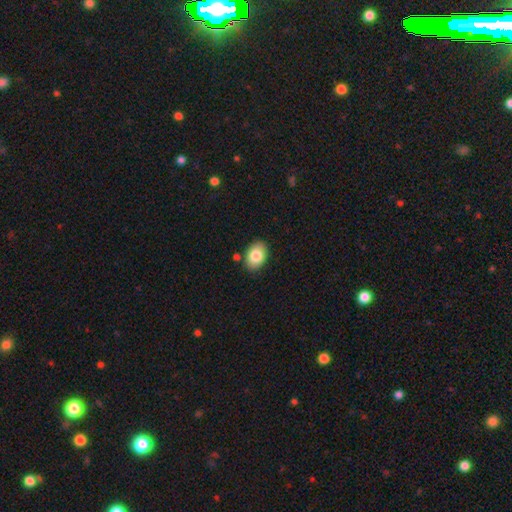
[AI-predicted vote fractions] smooth_or_featured: smooth (p=0.83) [alt: featured or disk p=0.10]
how_rounded: in between (p=0.84) [alt: round p=0.15]
merging: none (p=0.84) [alt: minor disturbance p=0.10]